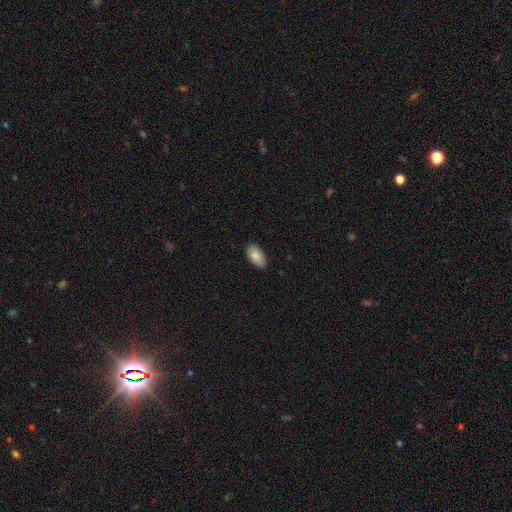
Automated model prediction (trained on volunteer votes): Smooth or featured? smooth (86%)
How rounded? in between (95%)
Merging? none (82%)